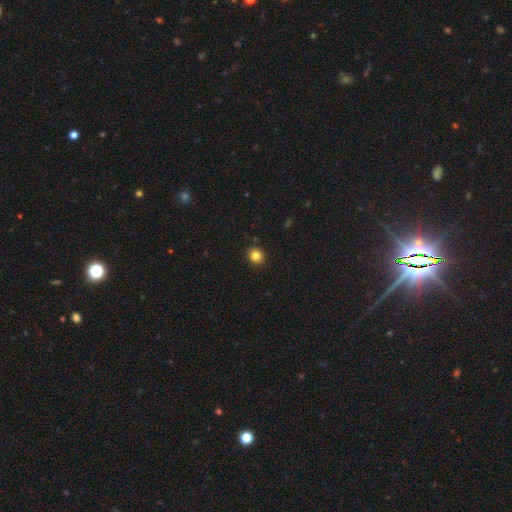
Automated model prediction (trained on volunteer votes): This appears to be a smooth galaxy with no disk features (84%) that is round (85%). Merging: none (92%).